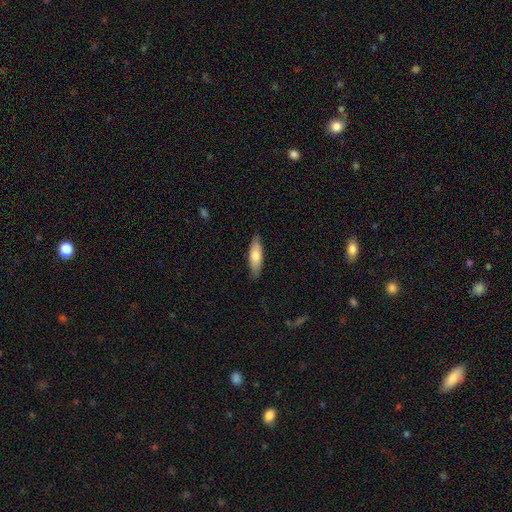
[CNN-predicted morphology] This is likely a smooth galaxy (67%). How rounded: possibly cigar-shaped (49%, tied with in between). Merging: clearly none (85%).